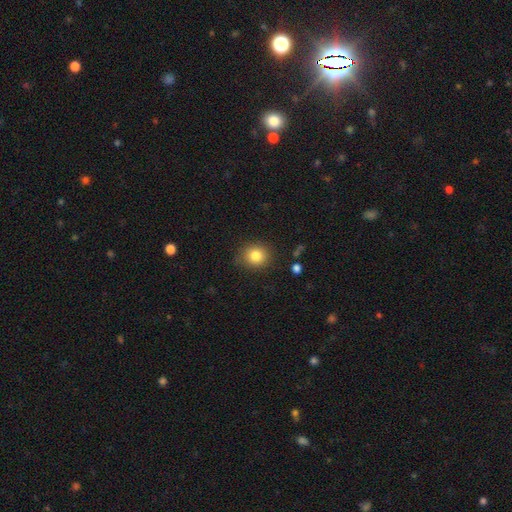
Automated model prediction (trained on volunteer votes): This appears to be a smooth galaxy with no disk features (82%) that is round (80%). Merging: none (84%).